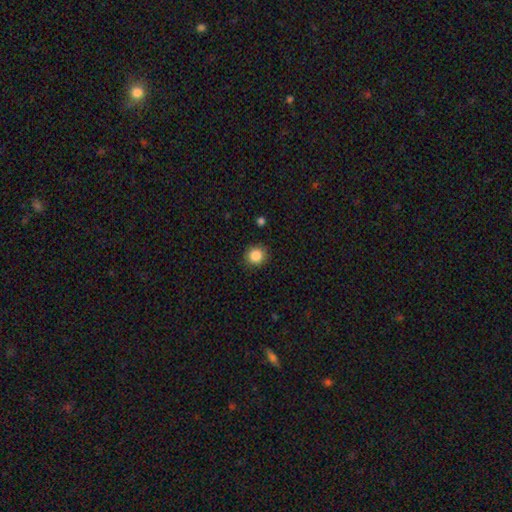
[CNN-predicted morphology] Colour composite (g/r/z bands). It shows a smooth galaxy with no disk features (86%) that is round (90%). Merging: none (89%).